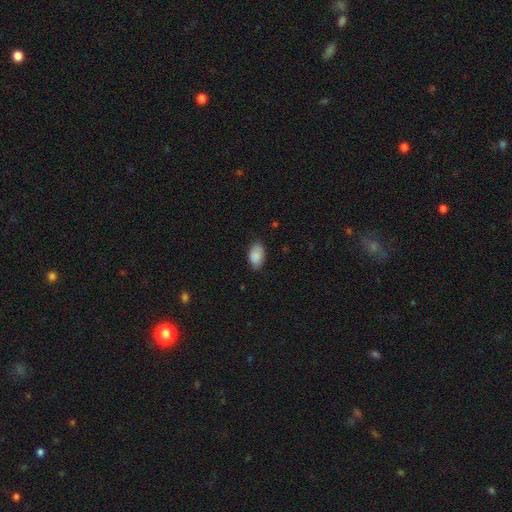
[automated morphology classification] This appears to be a smooth galaxy with no disk features (89%) that is in between round and cigar-shaped (91%). Merging: none (78%).